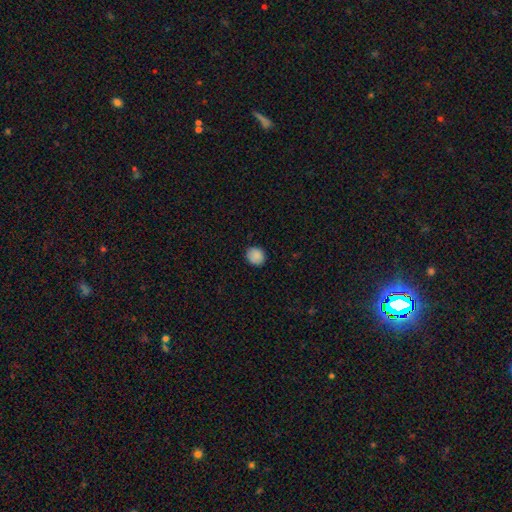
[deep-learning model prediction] A smooth galaxy with no disk features (88%) that is round (79%).

Vote fractions:
- Smooth or featured? smooth: 88% / star or artifact: 9% / featured or disk: 3%
- How rounded? round: 79% / in between: 21% / cigar-shaped: 1%
- Merging? none: 88% / minor disturbance: 9% / major disturbance: 2% / merger: 1%